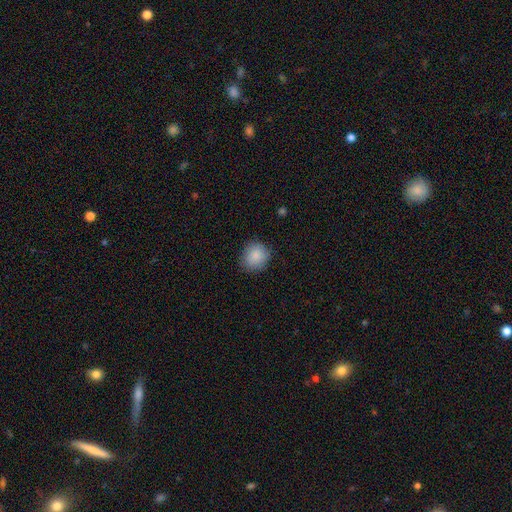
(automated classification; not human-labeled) A smooth galaxy with no disk features (87%) that is round (85%).

Vote fractions:
- Smooth or featured? smooth: 87% / star or artifact: 8% / featured or disk: 5%
- How rounded? round: 85% / in between: 14% / cigar-shaped: 1%
- Merging? none: 84% / minor disturbance: 12% / major disturbance: 3% / merger: 1%